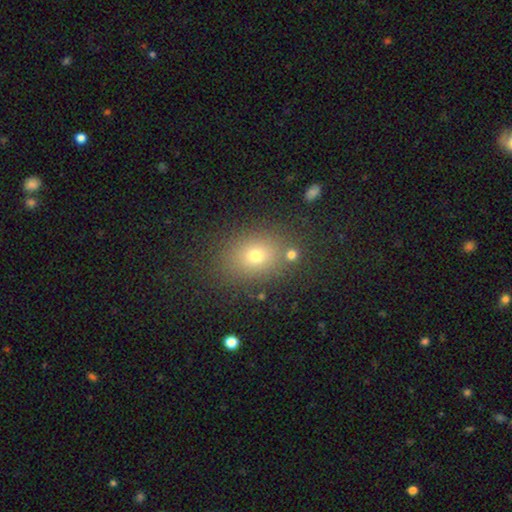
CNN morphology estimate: Smooth or featured?
  - smooth: 71% *
  - star or artifact: 17%
  - featured or disk: 12%
How rounded?
  - in between: 56% *
  - round: 43%
  - cigar-shaped: 1%
Merging?
  - none: 80% *
  - minor disturbance: 10%
  - merger: 5%
  - major disturbance: 4%